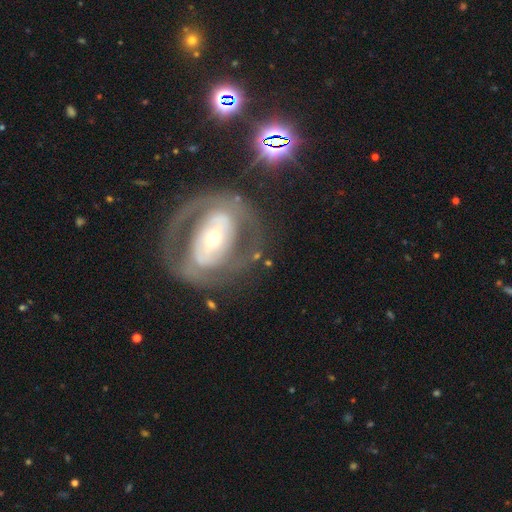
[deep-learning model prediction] Smooth or featured? featured or disk (75%)
Edge-on disk? no (95%)
Bar? strong (40%)
Spiral arms? yes (54%)
Bulge size? small (53%)
Merging? none (64%)